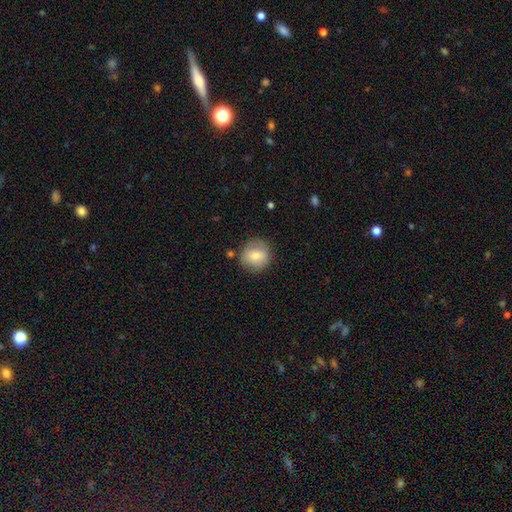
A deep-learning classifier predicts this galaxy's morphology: The model was most divided on "smooth or featured": smooth: 71%, featured or disk: 21%, star or artifact: 8%. More confident: how rounded — round (89%); merging — none (80%).